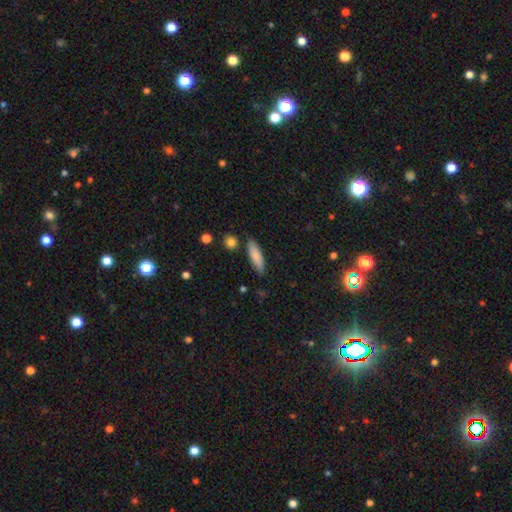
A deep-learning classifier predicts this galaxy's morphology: Smooth or featured? Predicted: smooth (p=0.83). How rounded? Predicted: cigar-shaped (p=0.59). Merging? Predicted: none (p=0.84).